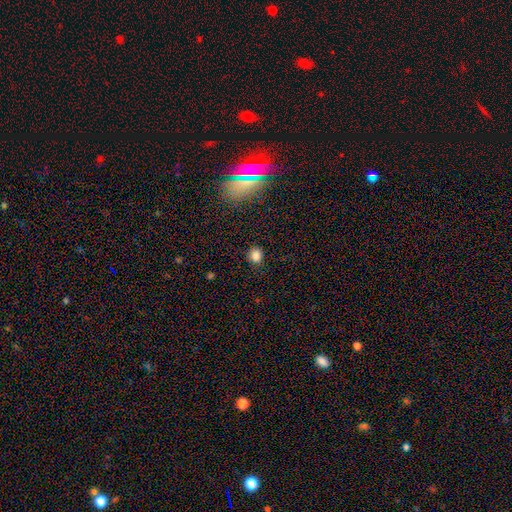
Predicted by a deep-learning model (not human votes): smooth_or_featured: smooth (p=0.83) [alt: star or artifact p=0.13]
how_rounded: round (p=0.80) [alt: in between p=0.19]
merging: none (p=0.86) [alt: minor disturbance p=0.09]